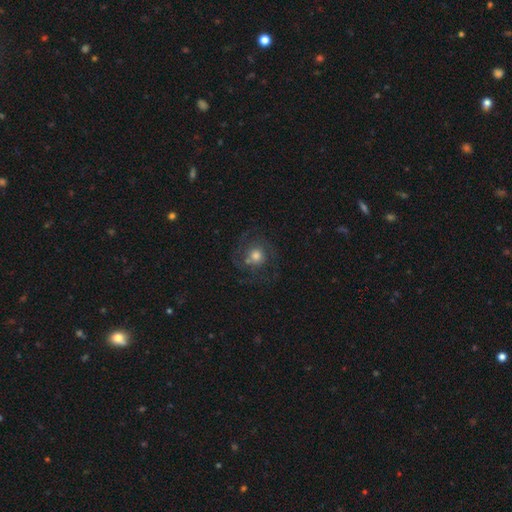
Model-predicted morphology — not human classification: This is possibly a featured or disk galaxy (57%). It is clearly not viewed edge-on (97%). Bar: likely no (79%). Spiral arm pattern: clearly yes (82%). Central bulge: possibly moderate (58%). Merging: likely none (68%).